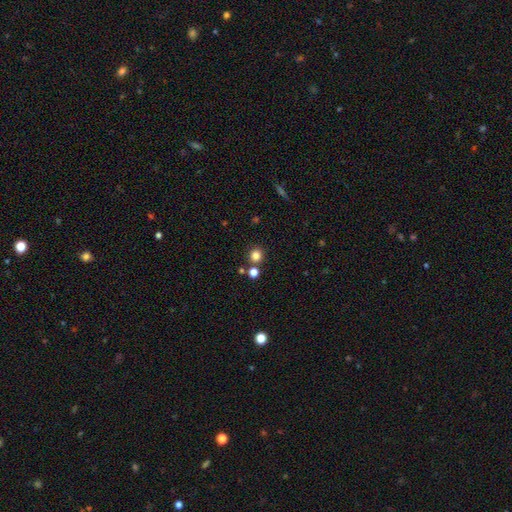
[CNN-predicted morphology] Smooth or featured? Predicted: smooth (p=0.80). How rounded? Predicted: round (p=0.91). Merging? Predicted: none (p=0.80).